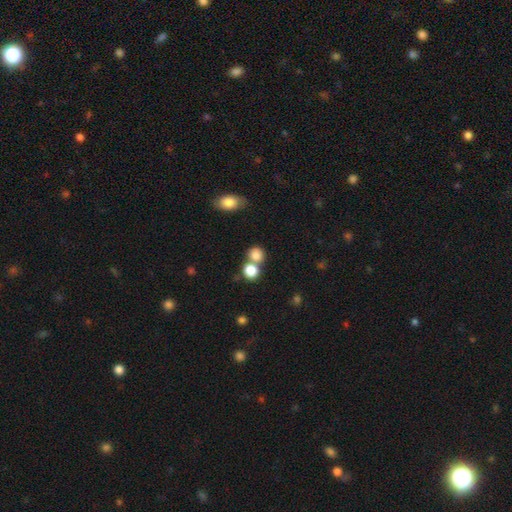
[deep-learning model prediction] A smooth galaxy with no disk features (81%) that is round (79%). Merging: none (50%).